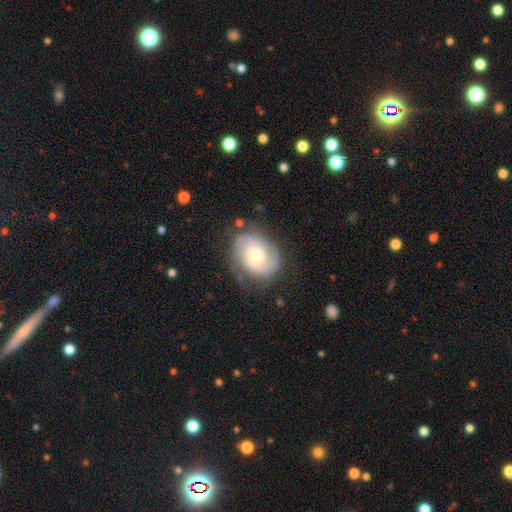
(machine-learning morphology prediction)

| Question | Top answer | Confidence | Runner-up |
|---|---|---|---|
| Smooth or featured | featured or disk | 77% | smooth (17%) |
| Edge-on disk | no | 98% | yes (2%) |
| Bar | no | 63% | weak (31%) |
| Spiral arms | yes | 93% | no (7%) |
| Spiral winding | tight | 48% | medium (40%) |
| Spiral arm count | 2 | 54% | can't tell (19%) |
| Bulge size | moderate | 58% | small (21%) |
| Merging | none | 66% | minor disturbance (22%) |